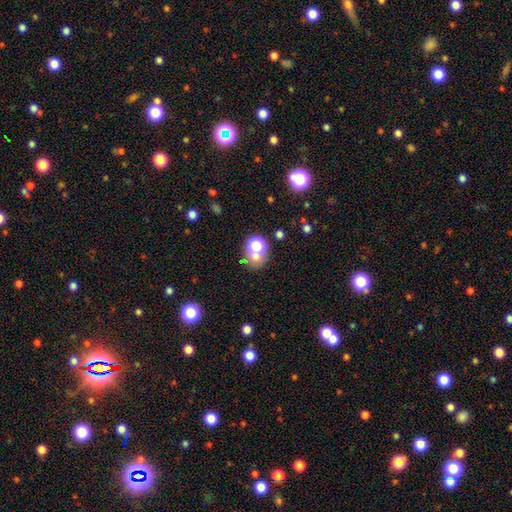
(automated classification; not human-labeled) Smooth or featured? Predicted: smooth (p=0.60). How rounded? Predicted: round (p=0.72). Merging? Predicted: none (p=0.52).